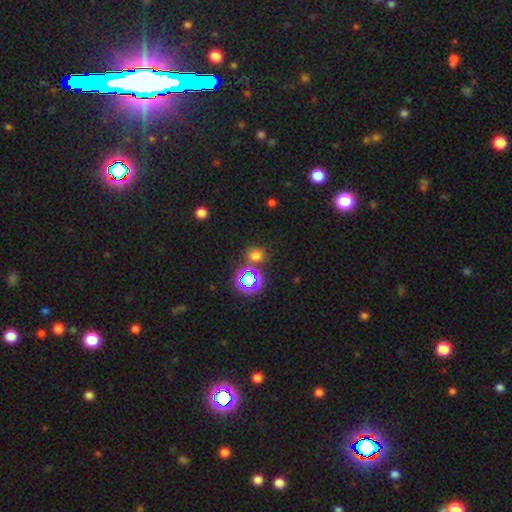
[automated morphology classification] This is likely a smooth galaxy (63%). How rounded: likely round (72%). Merging: likely none (76%).